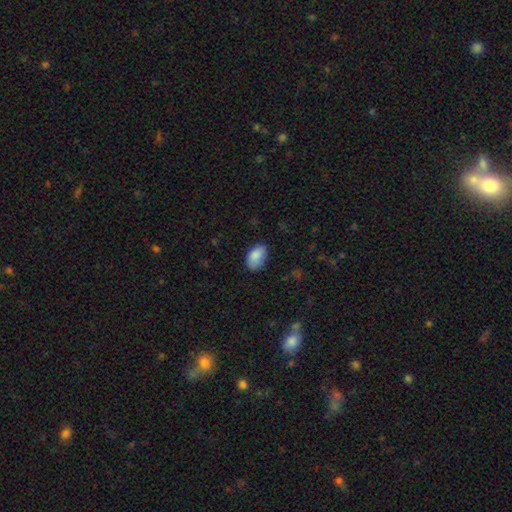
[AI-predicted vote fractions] A smooth galaxy with no disk features (88%) that is in between round and cigar-shaped (92%). Merging: none (76%).